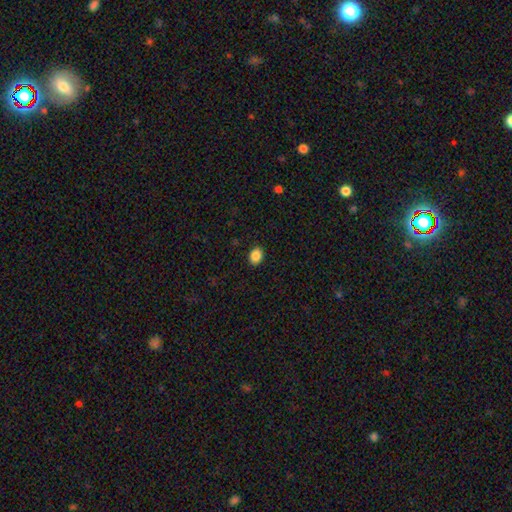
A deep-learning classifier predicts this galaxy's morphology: type=smooth (87%); roundness=in between (65%); merging=none (90%).